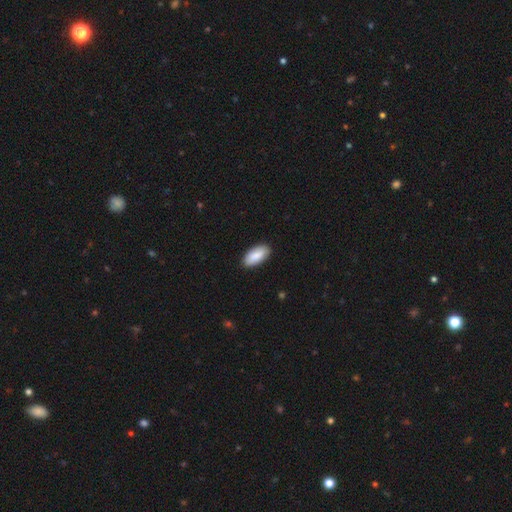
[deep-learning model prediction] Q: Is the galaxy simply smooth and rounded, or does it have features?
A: smooth — 89%.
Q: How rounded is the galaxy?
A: in between — 92%.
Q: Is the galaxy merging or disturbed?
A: none — 89%.